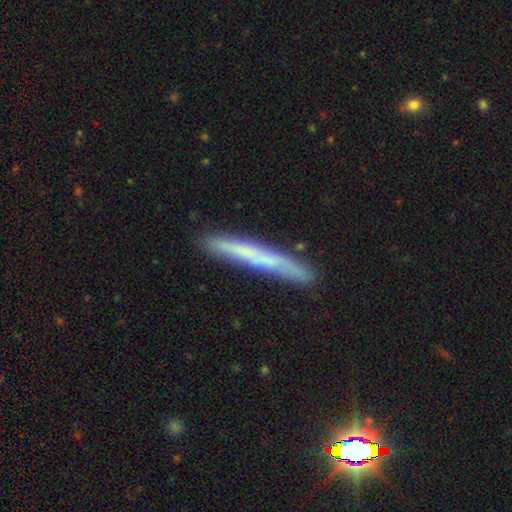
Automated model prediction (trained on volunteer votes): smooth 51%, featured or disk 41%, star or artifact 7%. Down the decision tree: how rounded — cigar-shaped (97%); merging — none (86%).